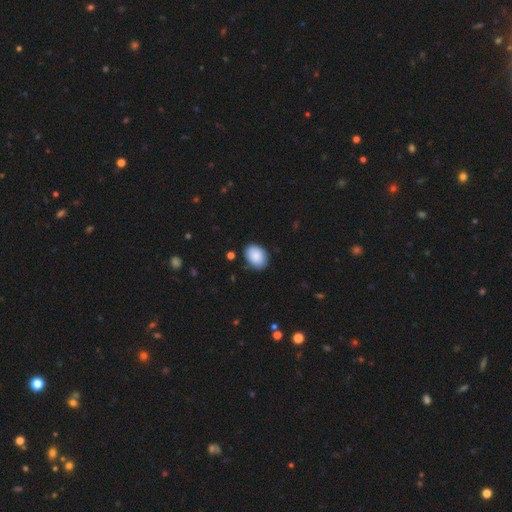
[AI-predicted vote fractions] Overall: smooth (88%). How rounded: in between (75%). Merging: none (82%).